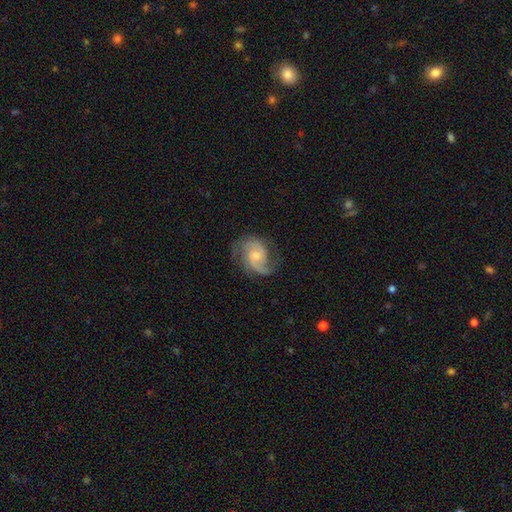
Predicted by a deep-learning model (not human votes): Smooth or featured: featured or disk — 85% (smooth — 9%)
Edge-on disk: no — 98% (yes — 2%)
Bar: no — 55% (weak — 39%)
Spiral arms: yes — 97% (no — 3%)
Spiral winding: medium — 52% (loose — 25%)
Spiral arm count: 2 — 80% (can't tell — 6%)
Bulge size: small — 50% (moderate — 41%)
Merging: none — 70% (minor disturbance — 19%)